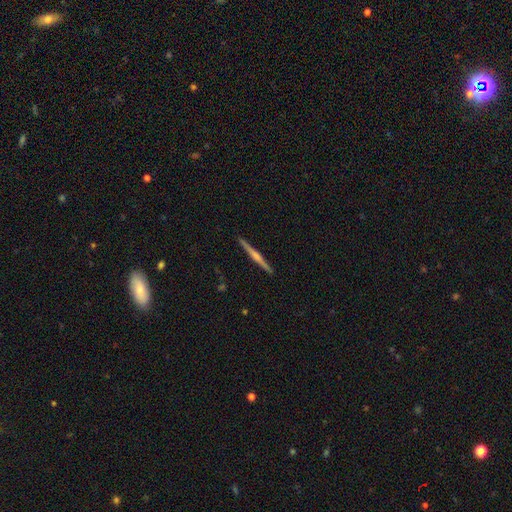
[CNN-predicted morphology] Smooth or featured?
  - featured or disk: 75% *
  - smooth: 18%
  - star or artifact: 7%
Edge-on disk?
  - yes: 98% *
  - no: 2%
Edge-on bulge?
  - rounded: 75% *
  - none: 17%
  - boxy: 9%
Merging?
  - none: 91% *
  - minor disturbance: 6%
  - major disturbance: 1%
  - merger: 1%